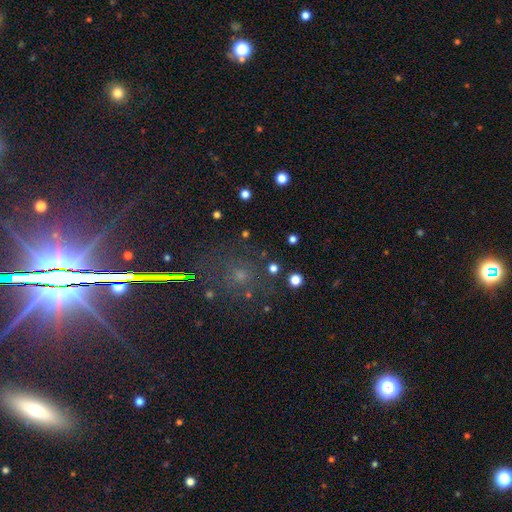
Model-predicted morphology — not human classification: Overall: star or artifact (76%).